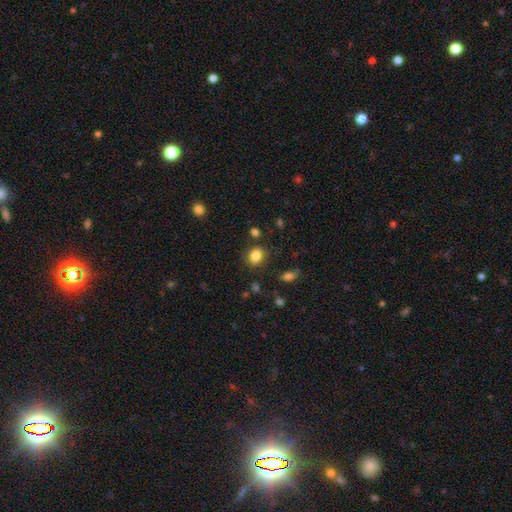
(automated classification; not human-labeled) Morphology: type=smooth (84%); roundness=round (57%); merging=none (82%).